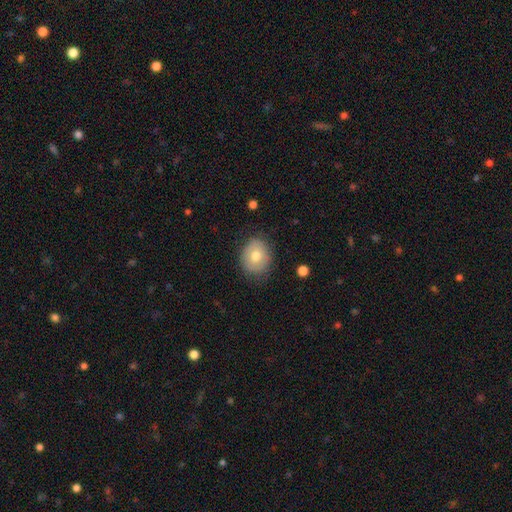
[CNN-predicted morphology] smooth 72%, featured or disk 20%, star or artifact 8%. Down the decision tree: how rounded — round (64%); merging — none (79%).